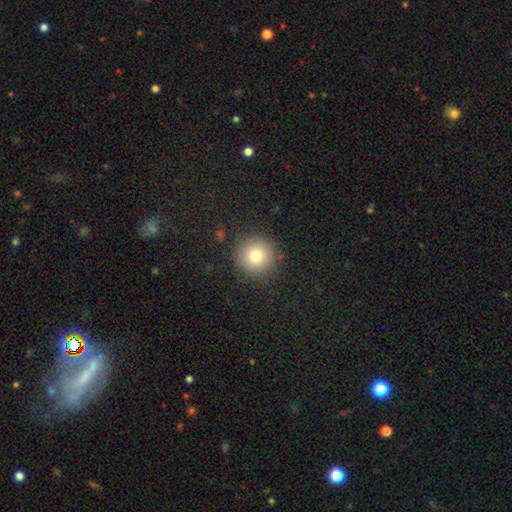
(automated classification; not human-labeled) Smooth or featured? smooth (79%)
How rounded? round (95%)
Merging? none (90%)